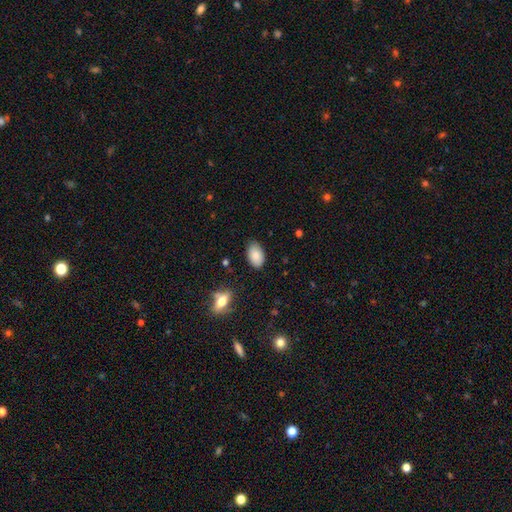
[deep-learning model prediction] A smooth galaxy with no disk features (85%) that is in between round and cigar-shaped (93%). Merging: none (84%).